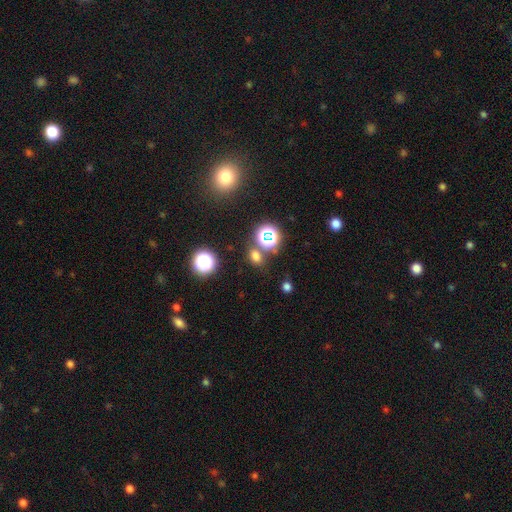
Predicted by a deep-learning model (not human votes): smooth-or-featured: smooth: 64% | star or artifact: 29% | featured or disk: 7%
  how-rounded: in between: 51% | round: 47% | cigar-shaped: 2%
  merging: none: 75% | merger: 11% | minor disturbance: 10% | major disturbance: 4%